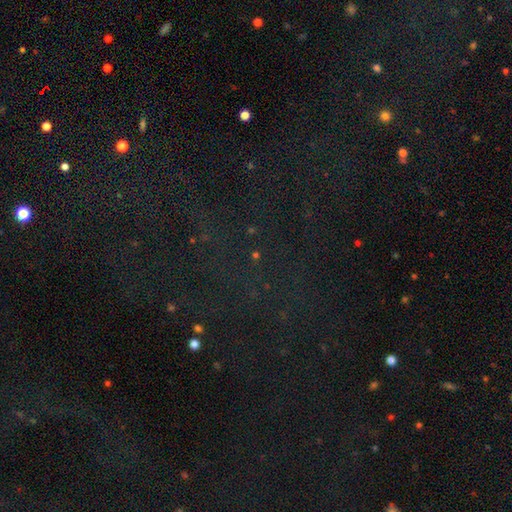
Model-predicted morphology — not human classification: Smooth or featured? Predicted: star or artifact (p=0.71).